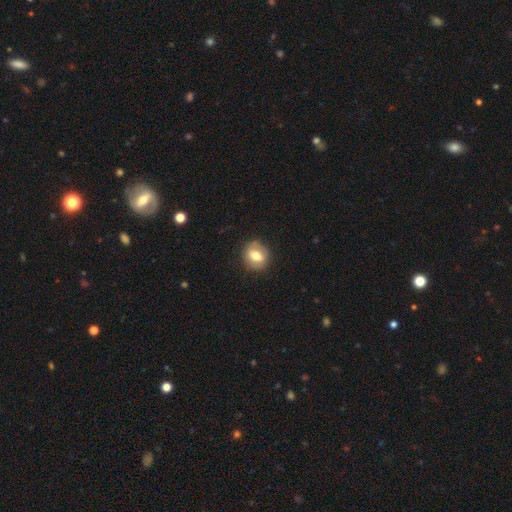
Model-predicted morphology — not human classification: The model was most divided on "how rounded": round: 63%, in between: 36%, cigar-shaped: 1%. More confident: merging — none (82%); smooth or featured — smooth (67%).